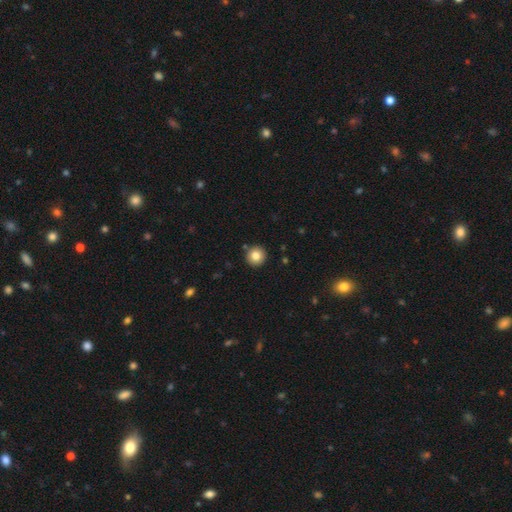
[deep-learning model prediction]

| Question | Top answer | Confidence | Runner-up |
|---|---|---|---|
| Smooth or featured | smooth | 82% | star or artifact (10%) |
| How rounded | round | 96% | in between (3%) |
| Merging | none | 90% | minor disturbance (6%) |